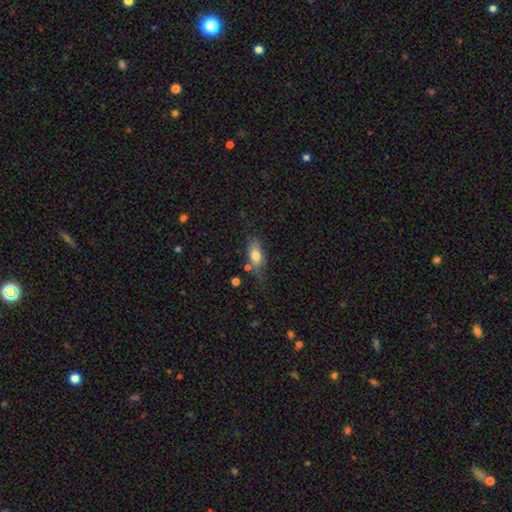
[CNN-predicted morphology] A smooth galaxy with no disk features (71%) that is in between round and cigar-shaped (76%). Merging: none (57%).